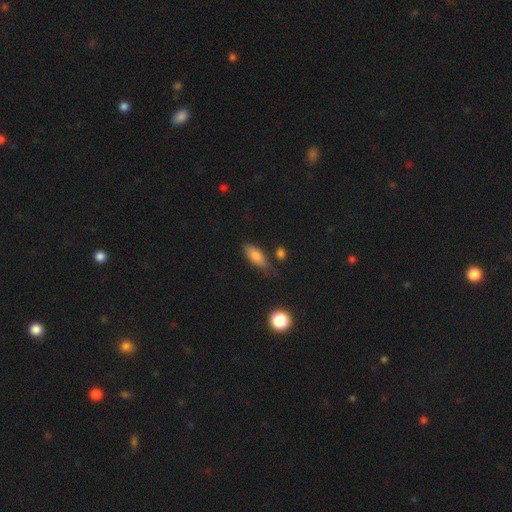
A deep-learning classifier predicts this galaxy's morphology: smooth-or-featured: smooth: 81% | featured or disk: 11% | star or artifact: 8%
  how-rounded: in between: 77% | cigar-shaped: 19% | round: 3%
  merging: none: 62% | minor disturbance: 25% | major disturbance: 7% | merger: 5%